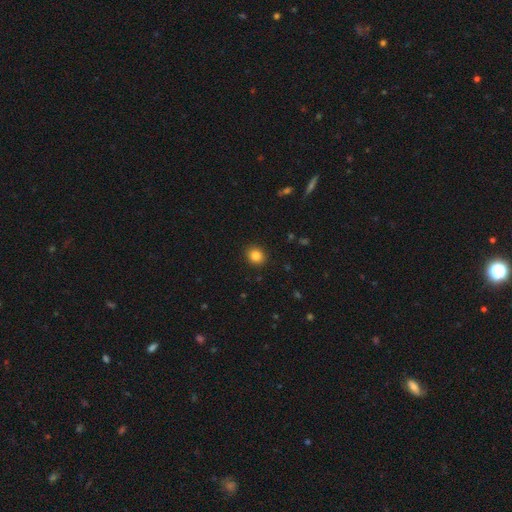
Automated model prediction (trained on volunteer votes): This is clearly a smooth galaxy (84%). How rounded: clearly round (80%). Merging: clearly none (91%).